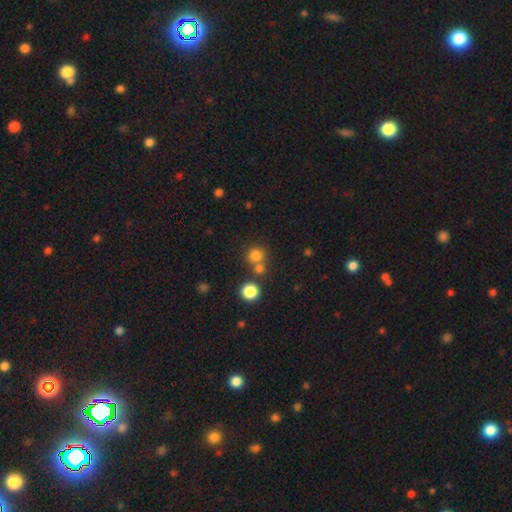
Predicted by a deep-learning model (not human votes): A smooth galaxy with no disk features (77%) that is round (89%).

Vote fractions:
- Smooth or featured? smooth: 77% / star or artifact: 16% / featured or disk: 7%
- How rounded? round: 89% / in between: 10% / cigar-shaped: 1%
- Merging? none: 63% / merger: 26% / minor disturbance: 7% / major disturbance: 3%